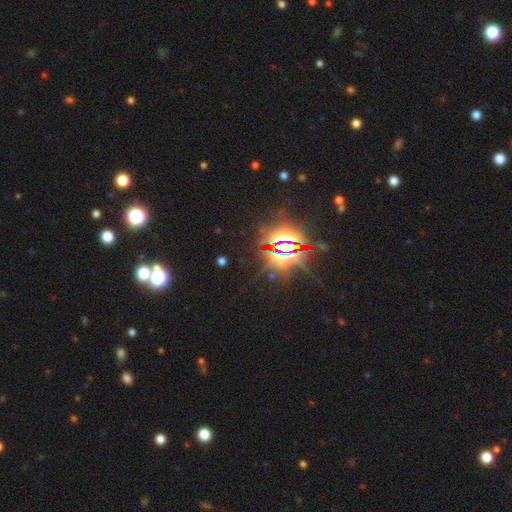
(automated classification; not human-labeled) Q: Smooth or featured?
A: star or artifact (85%); runner-up: smooth (8%)